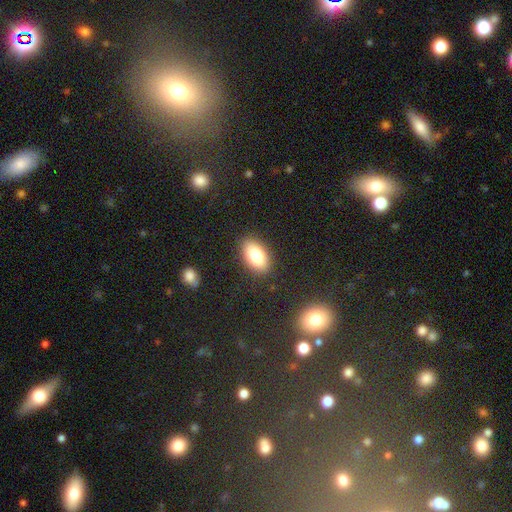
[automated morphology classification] A smooth galaxy with no disk features (81%) that is in between round and cigar-shaped (91%).

Vote fractions:
- Smooth or featured? smooth: 81% / featured or disk: 11% / star or artifact: 8%
- How rounded? in between: 91% / round: 6% / cigar-shaped: 3%
- Merging? none: 87% / minor disturbance: 9% / major disturbance: 3% / merger: 1%